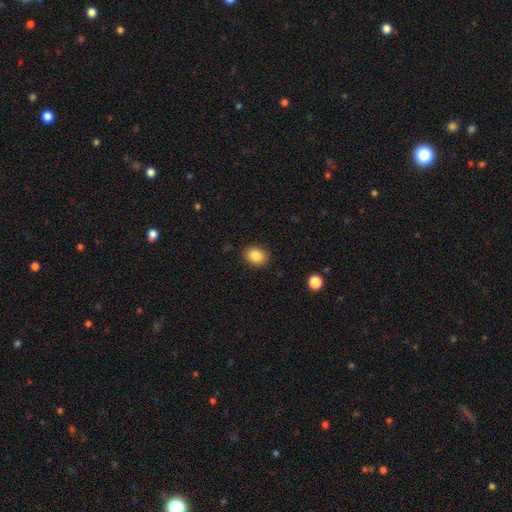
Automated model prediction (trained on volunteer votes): smooth 85%, star or artifact 9%, featured or disk 6%. Down the decision tree: how rounded — round (50%); merging — none (88%).